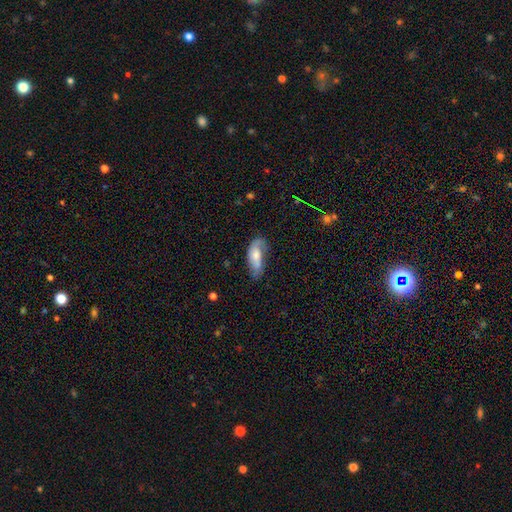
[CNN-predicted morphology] type=smooth (51%); roundness=in between (81%); merging=none (46%).